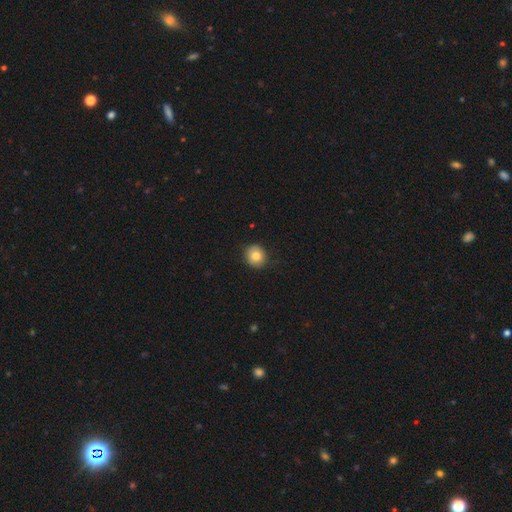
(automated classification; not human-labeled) A smooth galaxy with no disk features (82%) that is round (84%).

Vote fractions:
- Smooth or featured? smooth: 82% / featured or disk: 9% / star or artifact: 9%
- How rounded? round: 84% / in between: 15% / cigar-shaped: 1%
- Merging? none: 87% / minor disturbance: 10% / major disturbance: 2% / merger: 1%